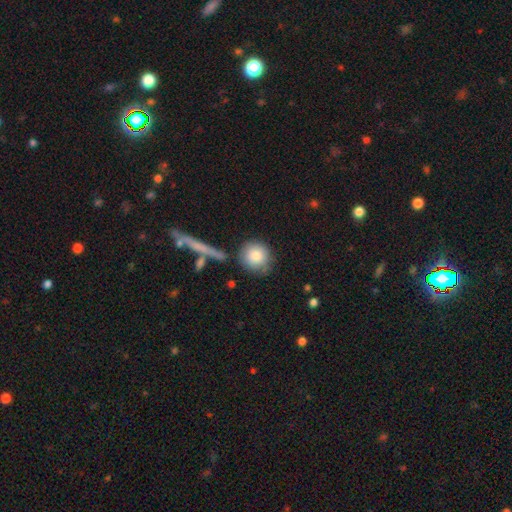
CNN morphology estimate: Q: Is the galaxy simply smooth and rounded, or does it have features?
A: smooth — 84%.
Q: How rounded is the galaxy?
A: round — 91%.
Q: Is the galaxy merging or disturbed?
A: none — 74%.